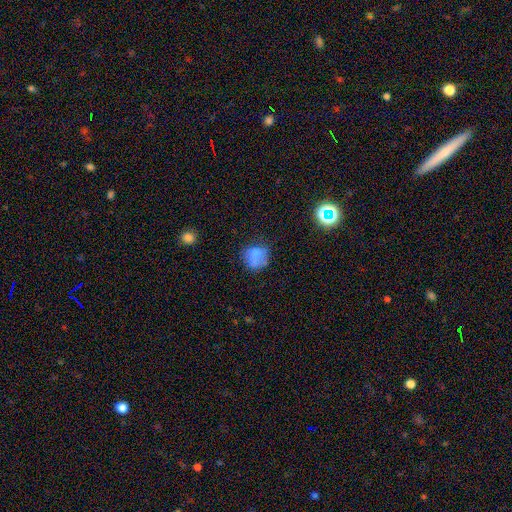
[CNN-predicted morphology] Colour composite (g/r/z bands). It shows a smooth galaxy with no disk features (70%) that is round (77%). Merging: none (58%).